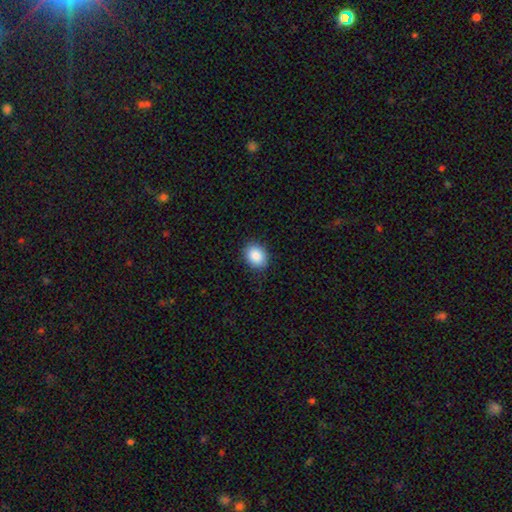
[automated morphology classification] A smooth galaxy with no disk features (89%) that is in between round and cigar-shaped (60%).

Vote fractions:
- Smooth or featured? smooth: 89% / star or artifact: 7% / featured or disk: 4%
- How rounded? in between: 60% / round: 39% / cigar-shaped: 1%
- Merging? none: 87% / minor disturbance: 10% / major disturbance: 2% / merger: 1%